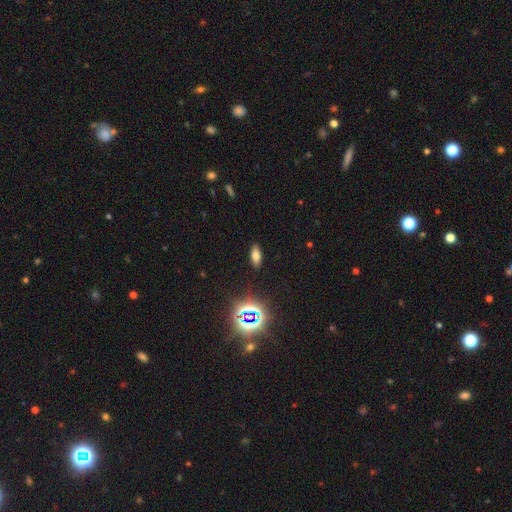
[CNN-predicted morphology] Smooth or featured: smooth — 67% (star or artifact — 21%)
How rounded: in between — 82% (cigar-shaped — 13%)
Merging: none — 88% (minor disturbance — 8%)